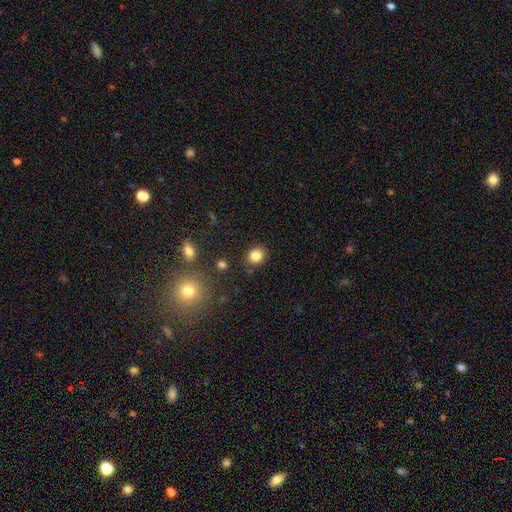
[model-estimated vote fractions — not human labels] The model was most divided on "how rounded": round: 71%, in between: 29%, cigar-shaped: 1%. More confident: merging — none (87%); smooth or featured — smooth (84%).